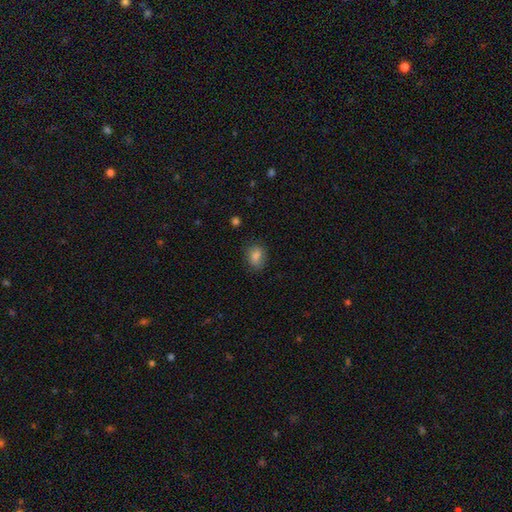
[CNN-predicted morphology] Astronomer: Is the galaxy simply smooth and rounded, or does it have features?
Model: smooth — 82%.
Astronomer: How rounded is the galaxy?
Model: in between — 62%.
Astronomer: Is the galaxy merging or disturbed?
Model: none — 76%.